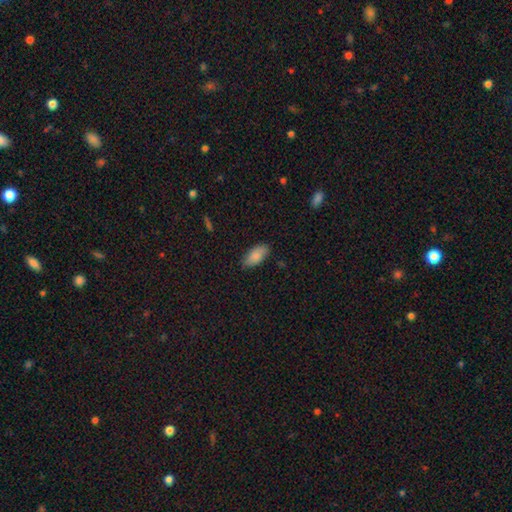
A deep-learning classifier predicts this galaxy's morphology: Smooth or featured?
  - smooth: 87% *
  - featured or disk: 7%
  - star or artifact: 6%
How rounded?
  - in between: 91% *
  - cigar-shaped: 7%
  - round: 2%
Merging?
  - none: 83% *
  - minor disturbance: 13%
  - major disturbance: 3%
  - merger: 1%